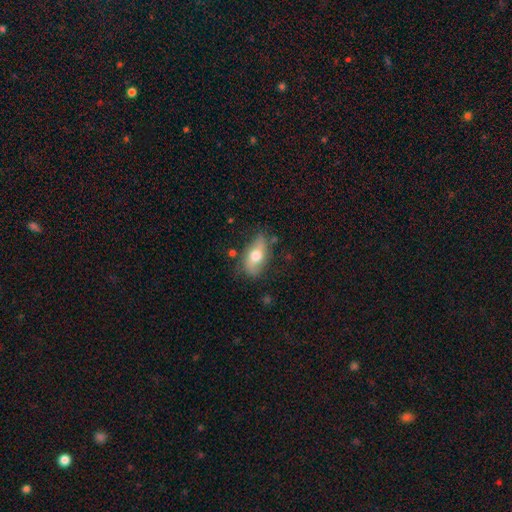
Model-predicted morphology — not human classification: Smooth or featured?
  - smooth: 53% *
  - featured or disk: 40%
  - star or artifact: 7%
How rounded?
  - in between: 85% *
  - cigar-shaped: 9%
  - round: 6%
Merging?
  - none: 70% *
  - minor disturbance: 21%
  - major disturbance: 6%
  - merger: 3%